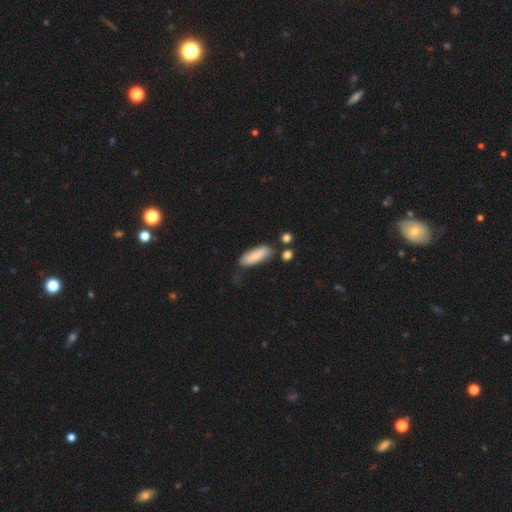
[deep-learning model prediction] This is clearly a smooth galaxy (81%). How rounded: likely in between (64%). Merging: likely none (66%).